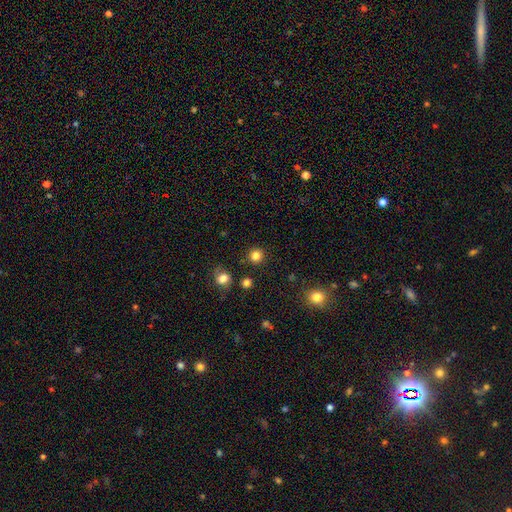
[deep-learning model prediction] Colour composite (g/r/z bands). It shows a smooth galaxy with no disk features (83%) that is round (93%). Merging: none (88%).